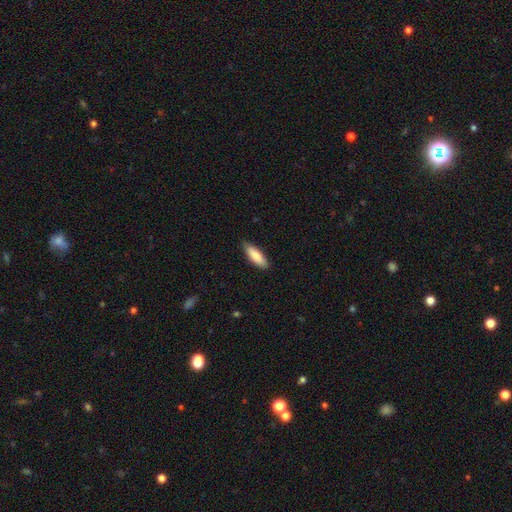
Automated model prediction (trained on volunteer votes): smooth-or-featured: smooth: 81% | featured or disk: 14% | star or artifact: 6%
  how-rounded: in between: 51% | cigar-shaped: 48% | round: 2%
  merging: none: 85% | minor disturbance: 12% | major disturbance: 2% | merger: 1%